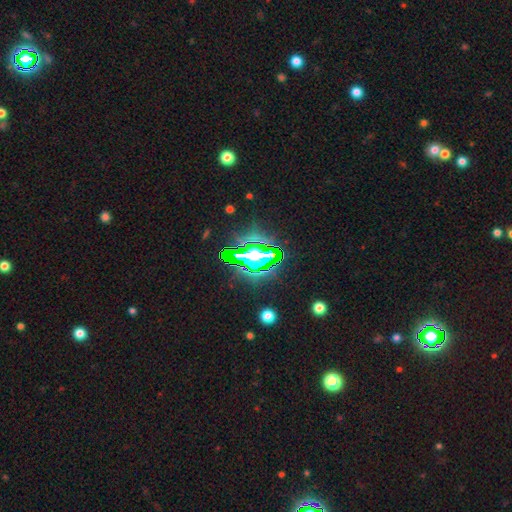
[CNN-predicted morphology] This is likely a star or artifact rather than a galaxy (68%).